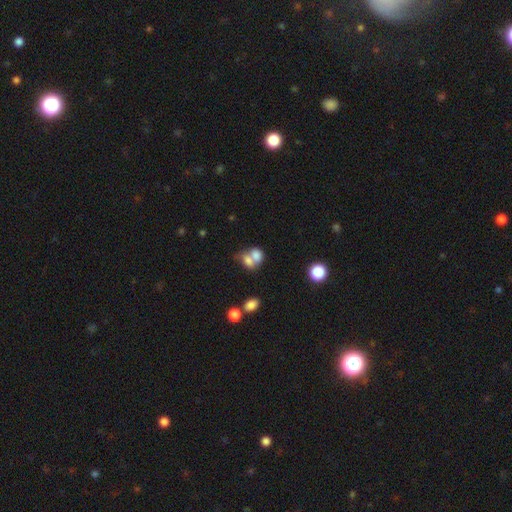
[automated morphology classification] Smooth or featured?
  - smooth: 72% *
  - featured or disk: 18%
  - star or artifact: 10%
How rounded?
  - in between: 66% *
  - round: 33%
  - cigar-shaped: 2%
Merging?
  - merger: 67% *
  - none: 20%
  - minor disturbance: 7%
  - major disturbance: 5%